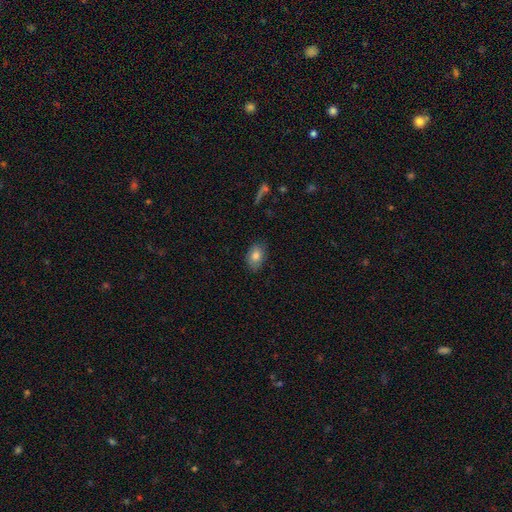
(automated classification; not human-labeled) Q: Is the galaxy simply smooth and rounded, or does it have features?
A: smooth — 80%.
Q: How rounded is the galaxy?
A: in between — 85%.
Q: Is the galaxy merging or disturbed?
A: none — 83%.